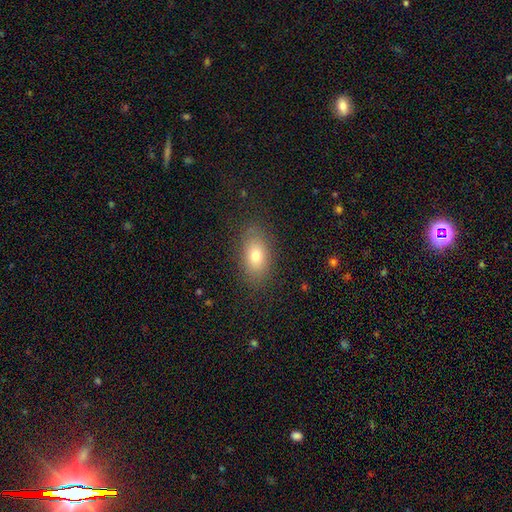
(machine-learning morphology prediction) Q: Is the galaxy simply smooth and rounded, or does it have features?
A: smooth — 75%.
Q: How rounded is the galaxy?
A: in between — 88%.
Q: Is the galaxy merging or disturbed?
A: none — 84%.